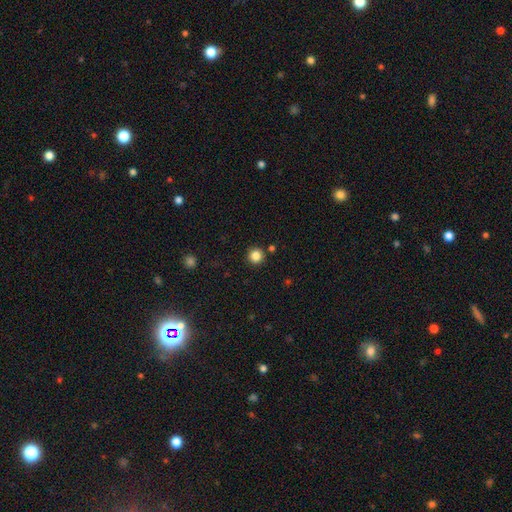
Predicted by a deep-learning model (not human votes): The model was most divided on "smooth or featured": smooth: 84%, star or artifact: 12%, featured or disk: 4%. More confident: how rounded — round (96%); merging — none (90%).